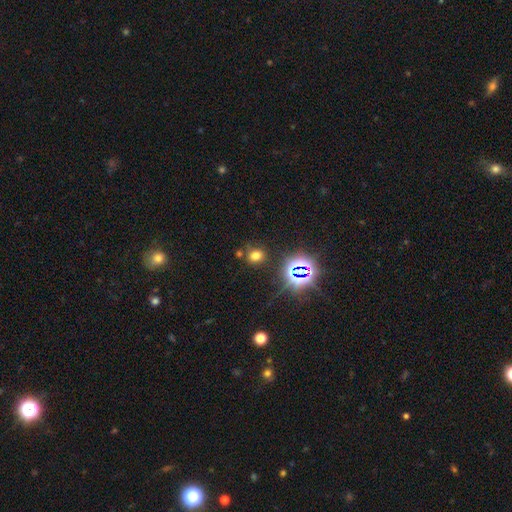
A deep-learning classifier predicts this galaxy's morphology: A smooth galaxy with no disk features (63%) that is round (59%). Merging: none (78%).